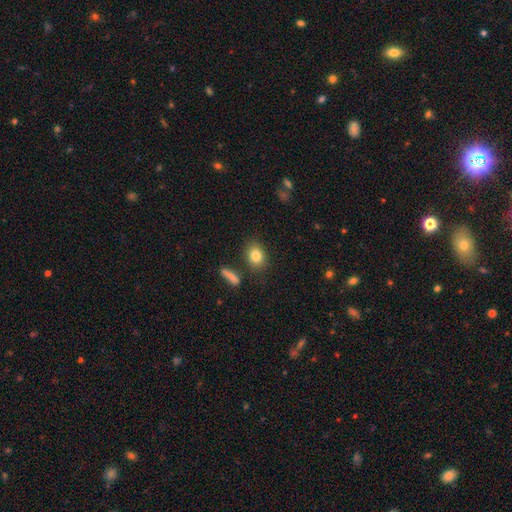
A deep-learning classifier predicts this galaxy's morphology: smooth 83%, star or artifact 9%, featured or disk 8%. Down the decision tree: how rounded — in between (60%); merging — none (82%).